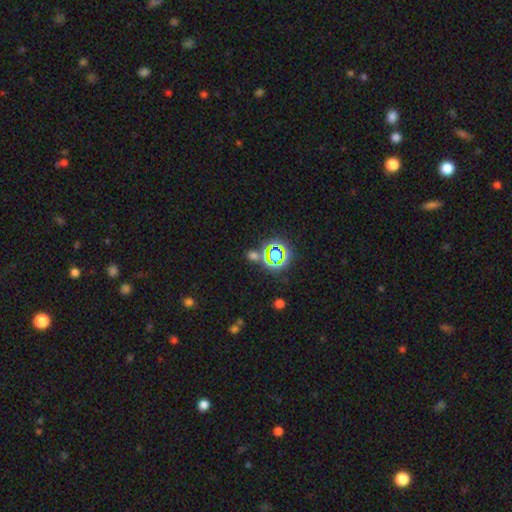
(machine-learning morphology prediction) Overall: star or artifact (67%).